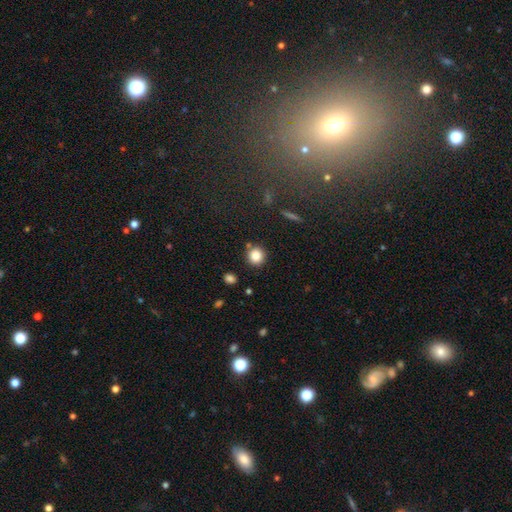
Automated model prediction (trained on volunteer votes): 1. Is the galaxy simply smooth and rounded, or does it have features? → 84% smooth, 10% star or artifact, 5% featured or disk.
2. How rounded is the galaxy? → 89% round, 10% in between, 1% cigar-shaped.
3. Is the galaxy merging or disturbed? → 82% none, 9% minor disturbance, 7% merger, 3% major disturbance.